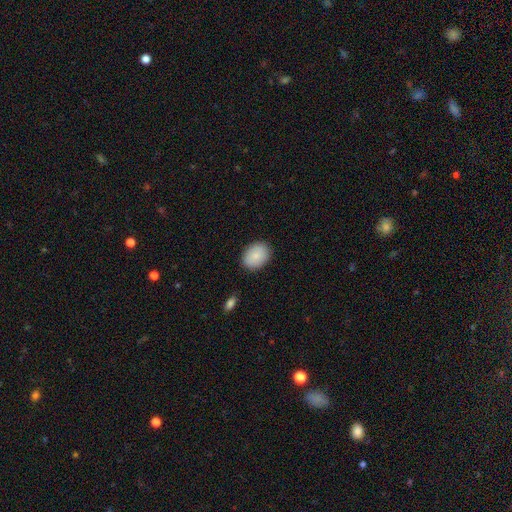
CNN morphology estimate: Smooth or featured: smooth — 86% (featured or disk — 7%)
How rounded: in between — 69% (round — 30%)
Merging: none — 87% (minor disturbance — 9%)